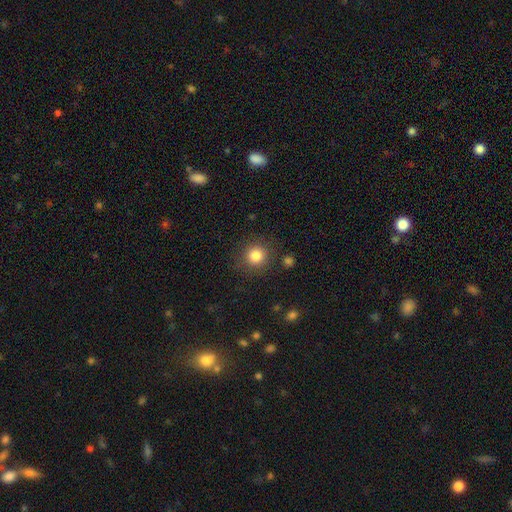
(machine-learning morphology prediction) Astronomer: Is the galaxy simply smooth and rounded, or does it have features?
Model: smooth — 83%.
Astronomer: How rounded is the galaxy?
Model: round — 93%.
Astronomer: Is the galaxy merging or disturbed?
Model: none — 87%.